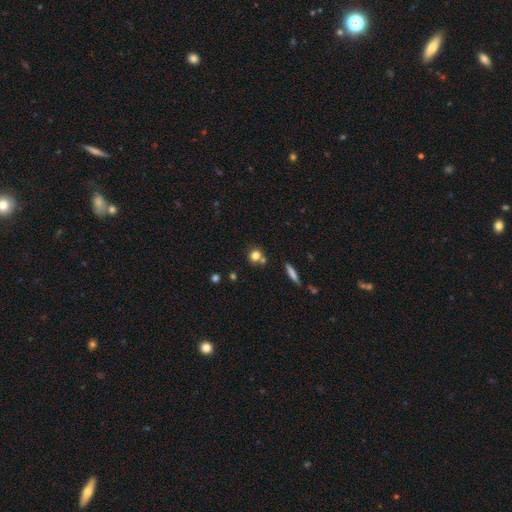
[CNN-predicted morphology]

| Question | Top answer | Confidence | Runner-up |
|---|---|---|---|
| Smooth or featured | smooth | 79% | star or artifact (12%) |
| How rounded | round | 83% | in between (15%) |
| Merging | none | 63% | merger (23%) |